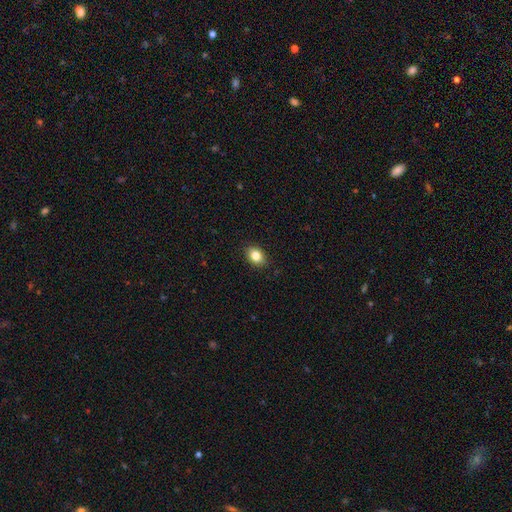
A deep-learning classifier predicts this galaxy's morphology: Smooth or featured? Predicted: smooth (p=0.83). How rounded? Predicted: in between (p=0.68). Merging? Predicted: none (p=0.89).